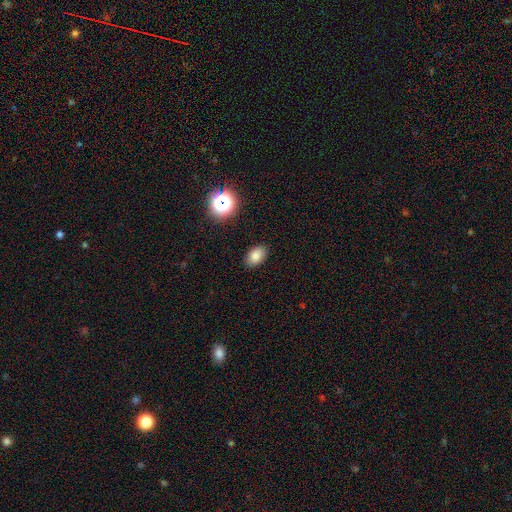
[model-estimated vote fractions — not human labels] The model was most divided on "smooth or featured": smooth: 82%, star or artifact: 11%, featured or disk: 7%. More confident: merging — none (87%); how rounded — in between (85%).